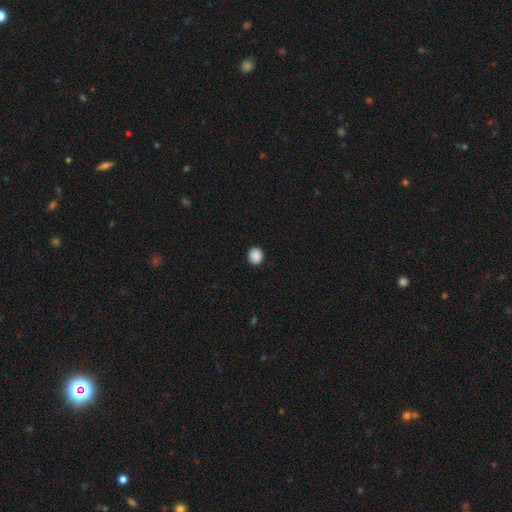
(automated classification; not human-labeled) Smooth or featured: smooth — 89% (star or artifact — 9%)
How rounded: round — 83% (in between — 16%)
Merging: none — 92% (minor disturbance — 6%)